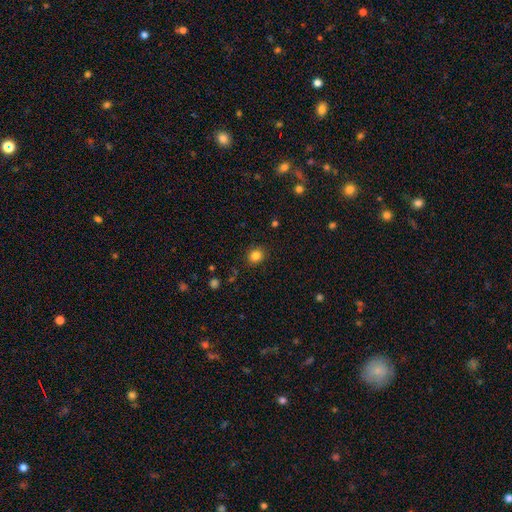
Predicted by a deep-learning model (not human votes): Q: Smooth or featured?
A: smooth (83%); runner-up: star or artifact (12%)
Q: How rounded?
A: round (79%); runner-up: in between (20%)
Q: Merging?
A: none (88%); runner-up: minor disturbance (8%)